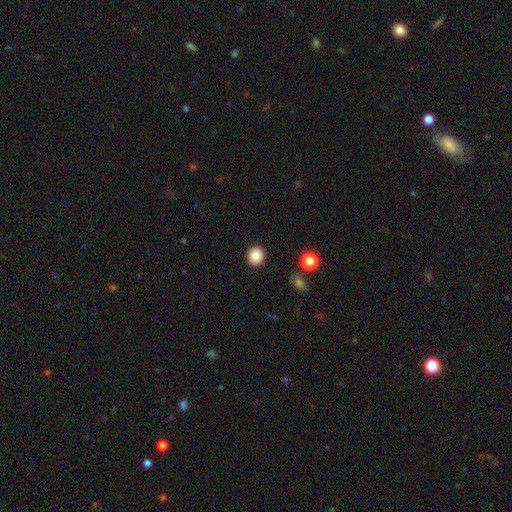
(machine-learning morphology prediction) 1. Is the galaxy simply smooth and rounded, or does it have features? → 87% smooth, 9% star or artifact, 4% featured or disk.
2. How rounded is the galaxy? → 84% round, 15% in between, 1% cigar-shaped.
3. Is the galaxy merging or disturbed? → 91% none, 5% minor disturbance, 2% major disturbance, 1% merger.